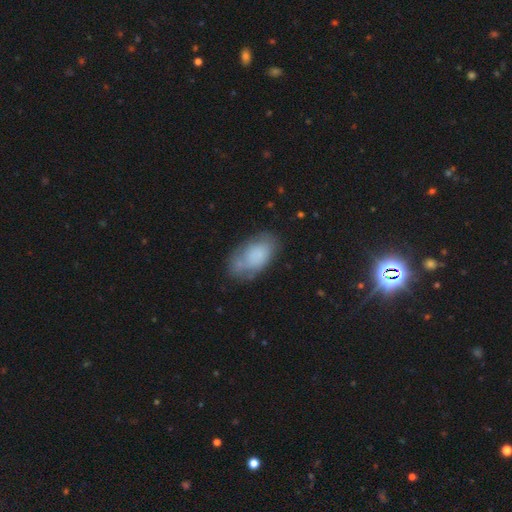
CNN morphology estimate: smooth_or_featured: smooth (p=0.72) [alt: featured or disk p=0.20]
how_rounded: in between (p=0.93) [alt: round p=0.05]
merging: none (p=0.58) [alt: minor disturbance p=0.24]